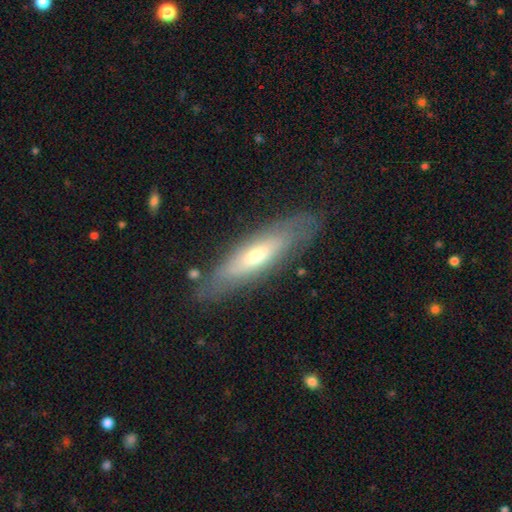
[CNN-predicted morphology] This is possibly a featured or disk galaxy (53%). It is possibly viewed edge-on (52%). Merging: clearly none (81%).